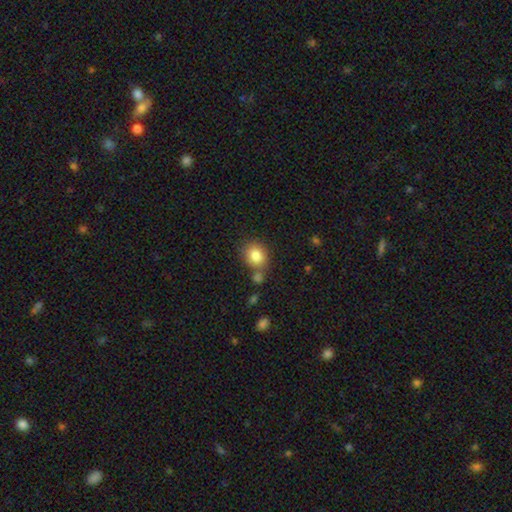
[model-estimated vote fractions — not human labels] Overall: smooth (83%). How rounded: round (65%; in between 35%). Merging: none (66%).